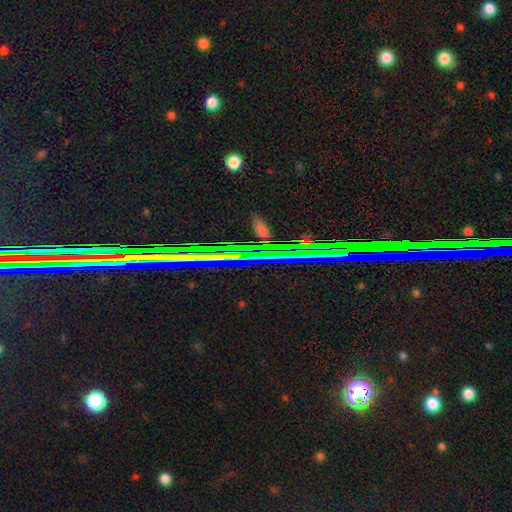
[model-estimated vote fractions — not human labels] Smooth or featured? star or artifact (79%)